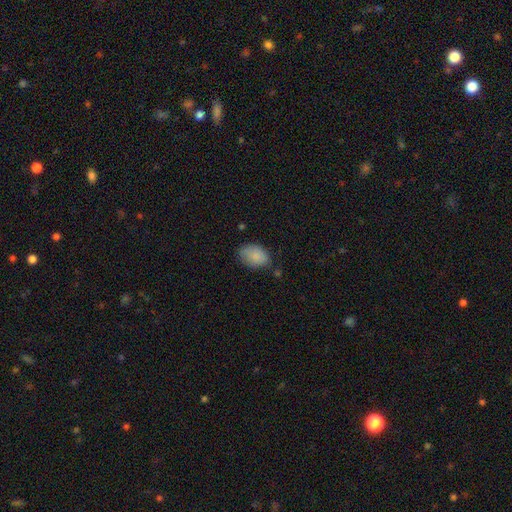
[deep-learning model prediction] Smooth or featured?
  - smooth: 86% *
  - star or artifact: 7%
  - featured or disk: 6%
How rounded?
  - in between: 83% *
  - round: 16%
  - cigar-shaped: 1%
Merging?
  - none: 66% *
  - minor disturbance: 26%
  - major disturbance: 5%
  - merger: 3%